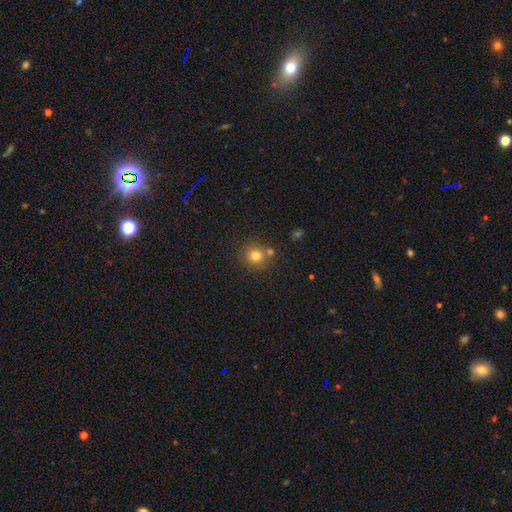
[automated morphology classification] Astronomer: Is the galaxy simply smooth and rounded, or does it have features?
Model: smooth — 79%.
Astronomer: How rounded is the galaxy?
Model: round — 89%.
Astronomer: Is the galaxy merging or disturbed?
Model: none — 71%.